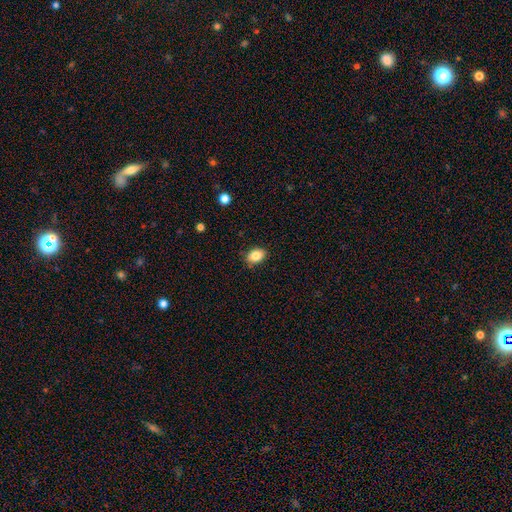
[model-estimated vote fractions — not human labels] smooth-or-featured: smooth: 85% | star or artifact: 9% | featured or disk: 6%
  how-rounded: in between: 79% | round: 20% | cigar-shaped: 1%
  merging: none: 86% | minor disturbance: 11% | major disturbance: 2% | merger: 1%